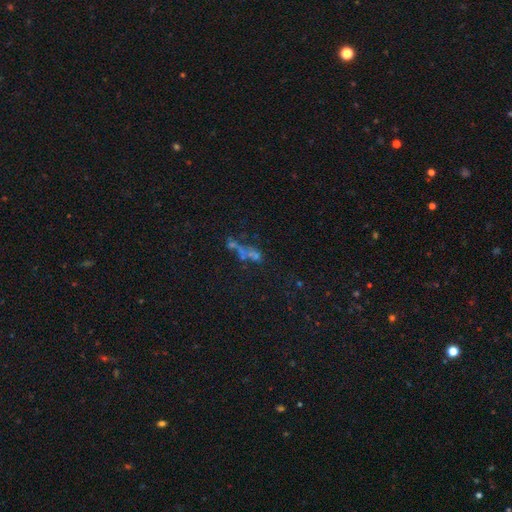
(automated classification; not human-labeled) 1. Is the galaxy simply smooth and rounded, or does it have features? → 41% star or artifact, 33% smooth, 27% featured or disk.